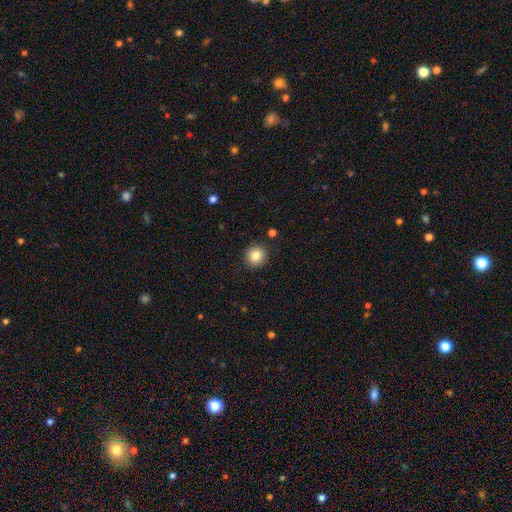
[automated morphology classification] type=smooth (83%); roundness=round (92%); merging=none (91%).